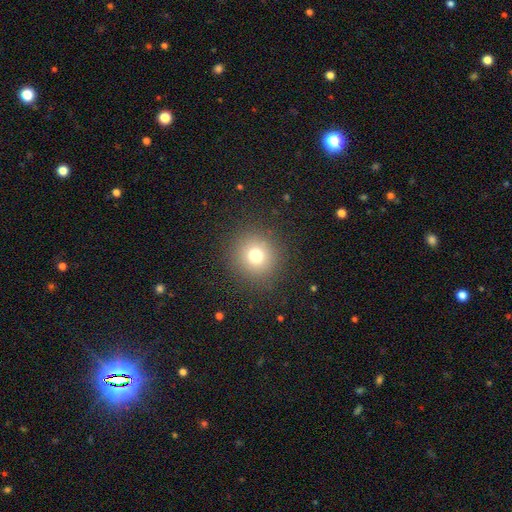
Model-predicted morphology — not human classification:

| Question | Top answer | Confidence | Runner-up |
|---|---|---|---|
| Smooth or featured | smooth | 75% | star or artifact (16%) |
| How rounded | round | 93% | in between (6%) |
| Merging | none | 89% | minor disturbance (6%) |